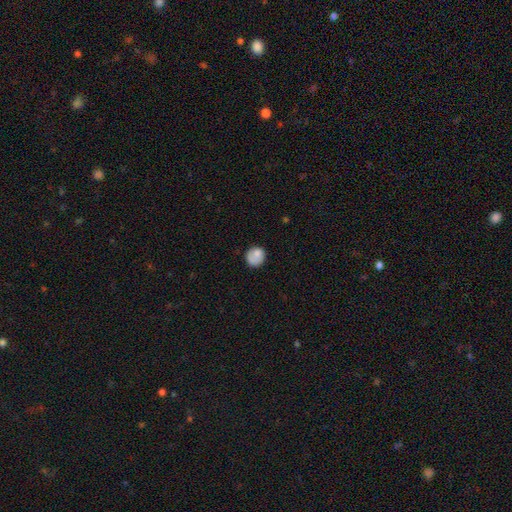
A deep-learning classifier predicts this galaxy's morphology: type=smooth (78%); roundness=round (84%); merging=none (71%).